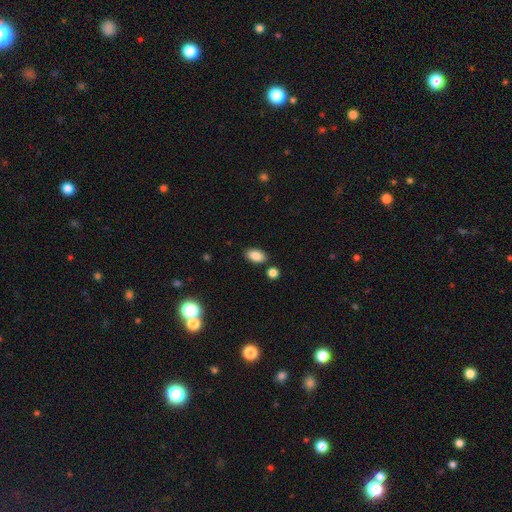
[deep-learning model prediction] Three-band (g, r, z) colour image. It shows a smooth galaxy with no disk features (86%) that is in between round and cigar-shaped (92%). Merging: none (83%).